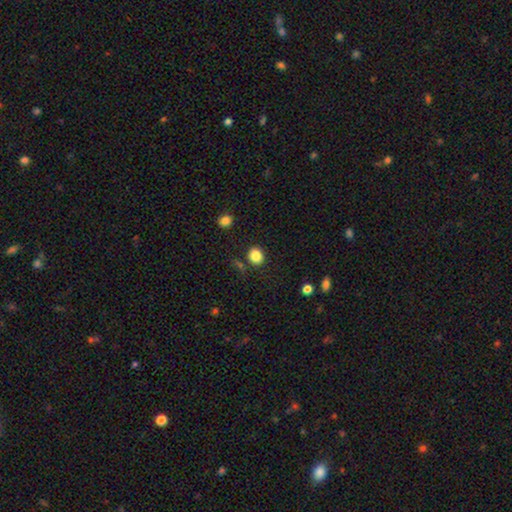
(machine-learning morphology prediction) smooth 85%, star or artifact 11%, featured or disk 4%. Down the decision tree: how rounded — round (67%); merging — none (81%).